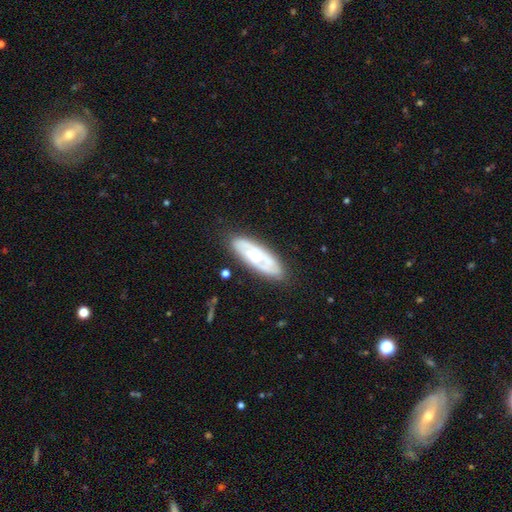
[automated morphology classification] This is likely a featured or disk galaxy (65%). It is clearly not viewed edge-on (81%). Bar: likely no (67%). Spiral arm pattern: likely yes (73%). Central bulge: possibly moderate (49%). Merging: likely none (78%).